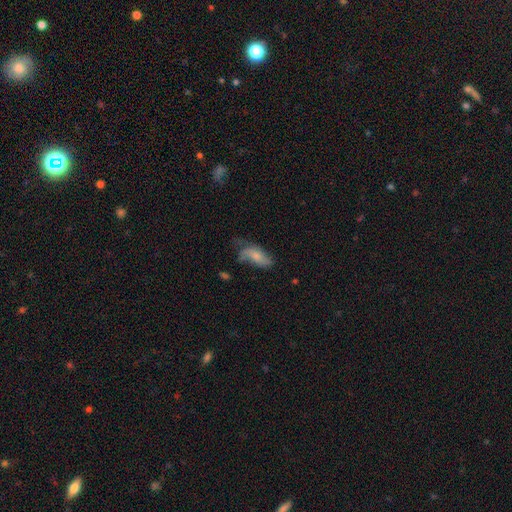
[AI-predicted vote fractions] Morphology: type=smooth (57%); roundness=in between (83%); merging=none (35%).